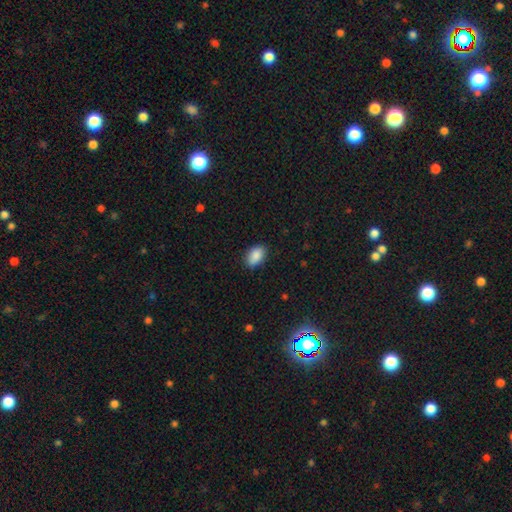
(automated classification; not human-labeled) This appears to be a smooth galaxy with no disk features (88%) that is in between round and cigar-shaped (90%). Merging: none (85%).